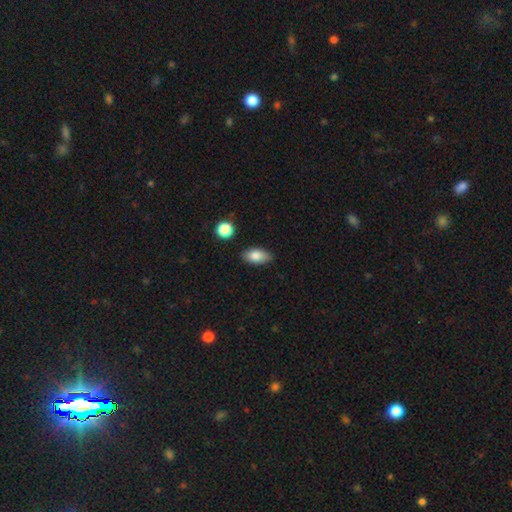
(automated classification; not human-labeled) Smooth or featured: smooth — 83% (featured or disk — 9%)
How rounded: in between — 90% (round — 6%)
Merging: none — 83% (minor disturbance — 13%)